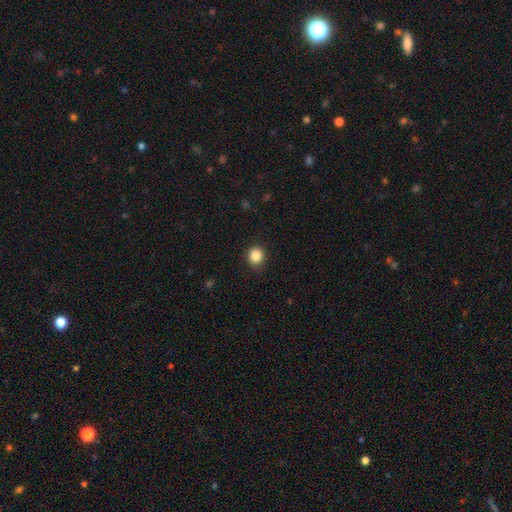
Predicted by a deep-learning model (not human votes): The model was most divided on "smooth or featured": smooth: 86%, star or artifact: 10%, featured or disk: 4%. More confident: how rounded — round (90%); merging — none (89%).